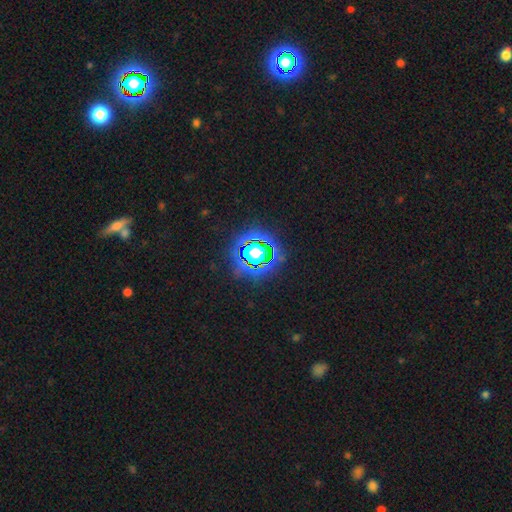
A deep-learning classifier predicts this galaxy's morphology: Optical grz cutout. It shows a star or artifact, not a galaxy (62%).